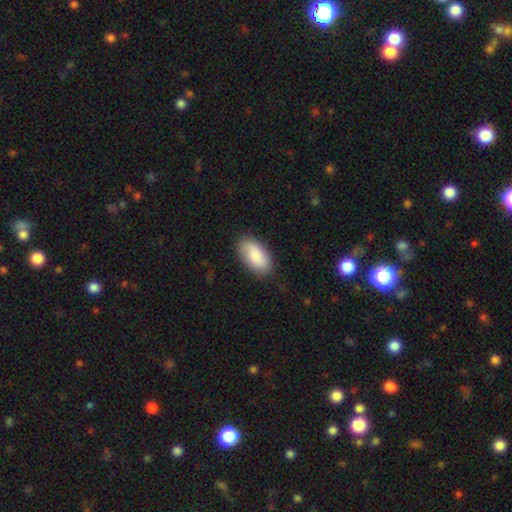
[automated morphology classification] smooth-or-featured: smooth: 83% | featured or disk: 11% | star or artifact: 6%
  how-rounded: in between: 94% | cigar-shaped: 3% | round: 3%
  merging: none: 83% | minor disturbance: 13% | major disturbance: 3% | merger: 1%